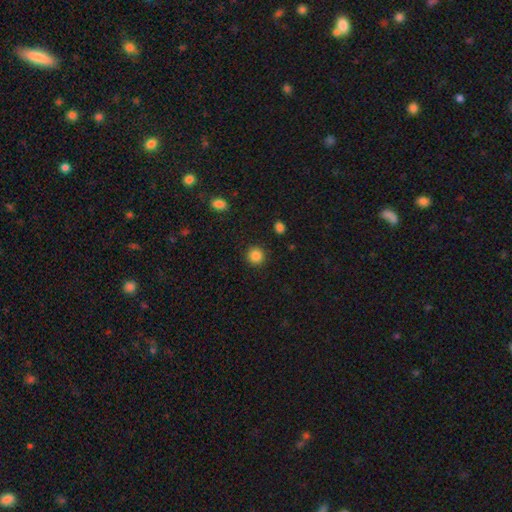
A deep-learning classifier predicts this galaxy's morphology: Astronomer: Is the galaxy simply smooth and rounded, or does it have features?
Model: smooth — 86%.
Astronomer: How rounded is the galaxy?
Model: round — 93%.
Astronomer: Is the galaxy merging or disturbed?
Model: none — 91%.